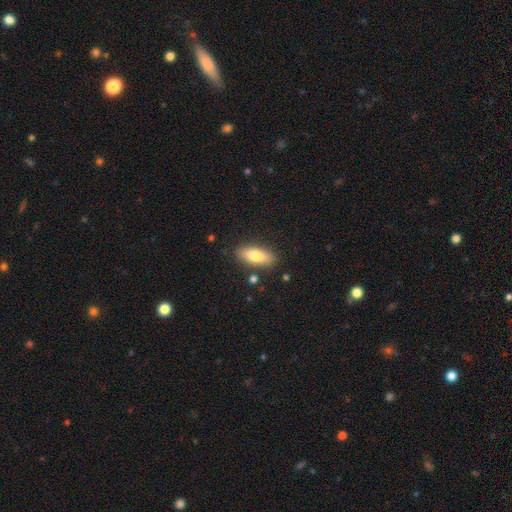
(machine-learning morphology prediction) Smooth or featured?
  - smooth: 76% *
  - featured or disk: 18%
  - star or artifact: 7%
How rounded?
  - in between: 76% *
  - cigar-shaped: 21%
  - round: 3%
Merging?
  - none: 84% *
  - minor disturbance: 11%
  - merger: 3%
  - major disturbance: 3%